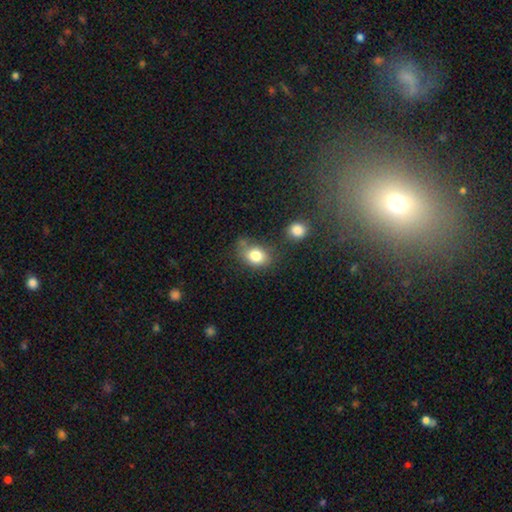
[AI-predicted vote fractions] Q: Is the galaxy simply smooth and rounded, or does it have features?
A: smooth — 81%.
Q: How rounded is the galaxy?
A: in between — 62%.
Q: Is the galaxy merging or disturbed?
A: none — 59%.